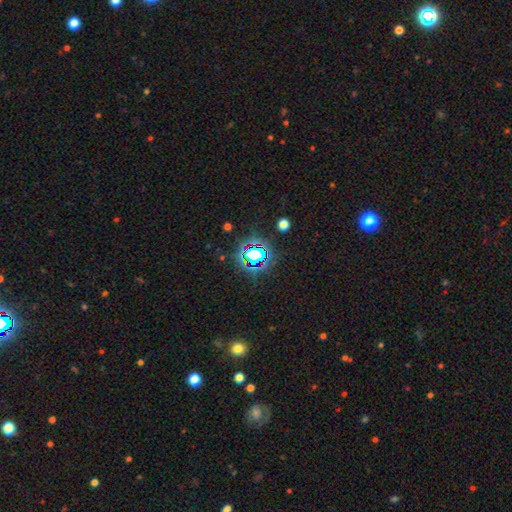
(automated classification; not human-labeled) Smooth or featured?
  - star or artifact: 72% *
  - smooth: 16%
  - featured or disk: 11%